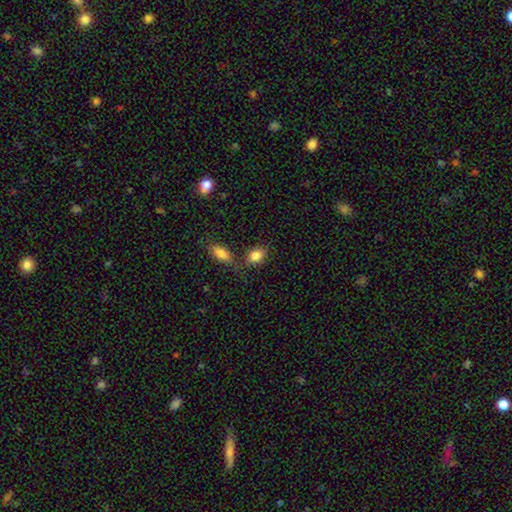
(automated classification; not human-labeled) This is clearly a smooth galaxy (85%). How rounded: likely in between (77%). Merging: likely none (65%).